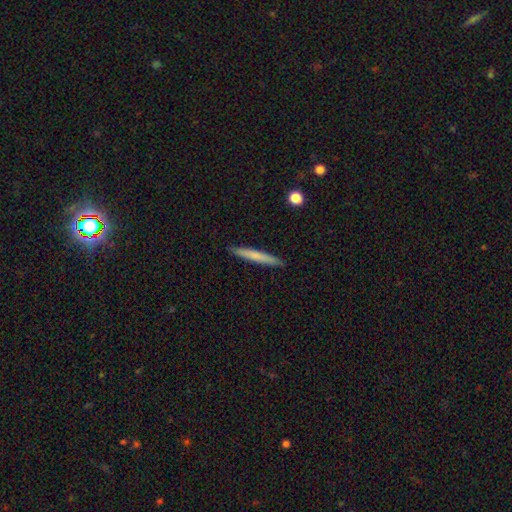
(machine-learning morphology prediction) The model was most divided on "smooth or featured": smooth: 70%, featured or disk: 25%, star or artifact: 6%. More confident: how rounded — cigar-shaped (96%); merging — none (91%).